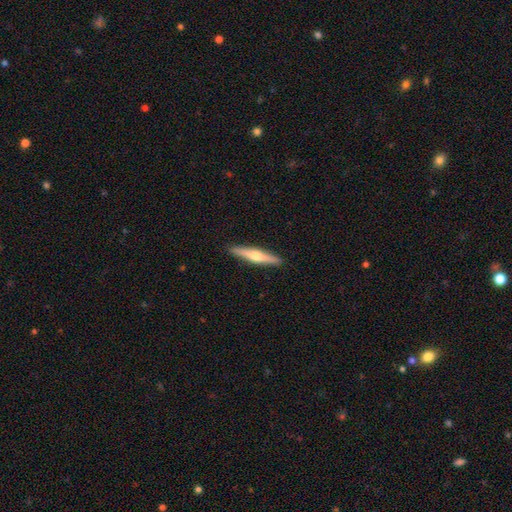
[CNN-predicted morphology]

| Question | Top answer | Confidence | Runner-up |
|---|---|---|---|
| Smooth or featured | featured or disk | 58% | smooth (37%) |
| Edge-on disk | yes | 97% | no (3%) |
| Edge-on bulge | rounded | 89% | none (7%) |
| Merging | none | 92% | minor disturbance (6%) |